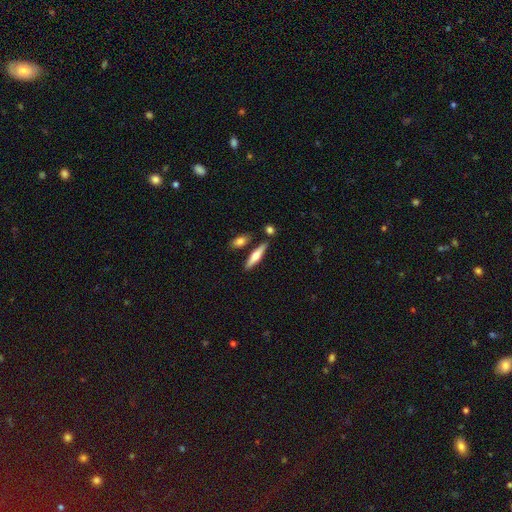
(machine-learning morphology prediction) The model was most divided on "smooth or featured": smooth: 53%, featured or disk: 41%, star or artifact: 5%. More confident: merging — none (81%); how rounded — cigar-shaped (77%).